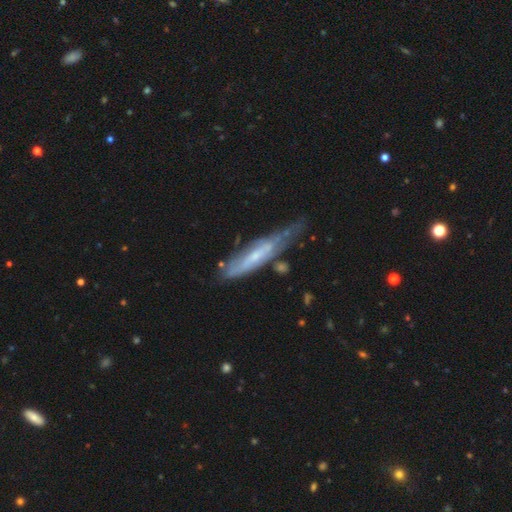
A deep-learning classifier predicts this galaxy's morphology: This is likely a featured or disk galaxy (63%). It is possibly viewed edge-on (52%). Merging: marginally none (42%).